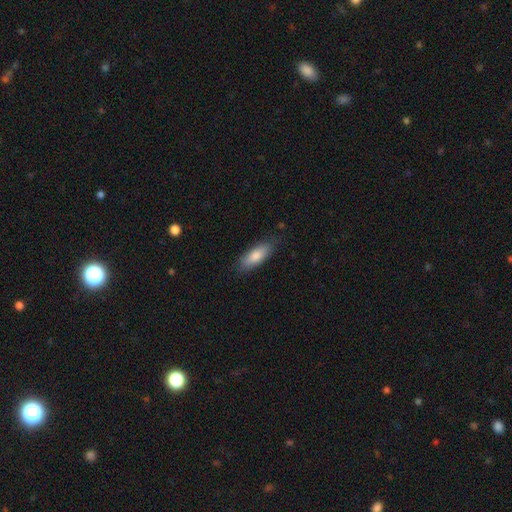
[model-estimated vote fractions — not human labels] Smooth or featured? smooth (81%)
How rounded? in between (66%)
Merging? none (82%)